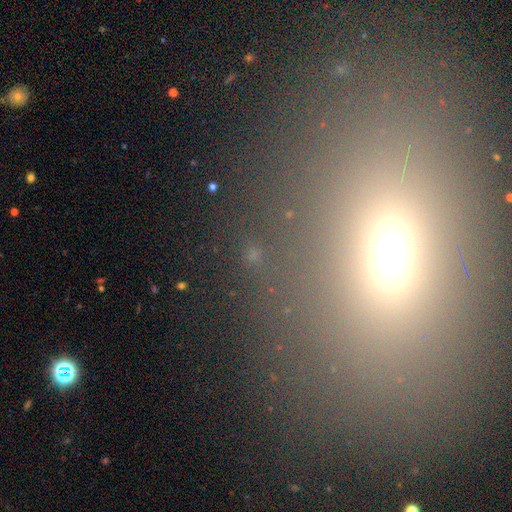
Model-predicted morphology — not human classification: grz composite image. It shows a star or artifact, not a galaxy (58%).